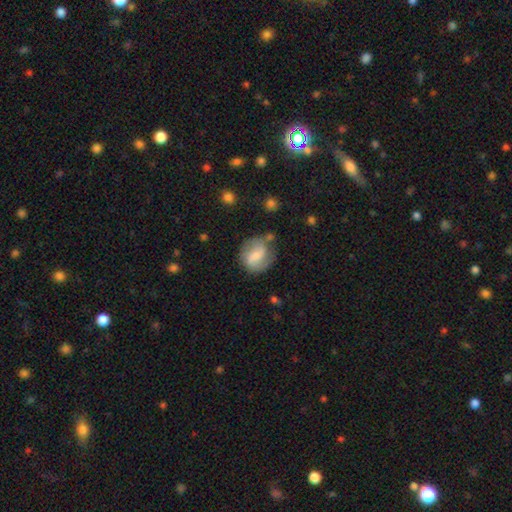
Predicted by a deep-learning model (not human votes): smooth_or_featured: featured or disk (p=0.63) [alt: smooth p=0.31]
disk_edge_on: no (p=0.97) [alt: yes p=0.03]
bar: weak (p=0.52) [alt: no p=0.24]
has_spiral_arms: yes (p=0.89) [alt: no p=0.11]
spiral_winding: medium (p=0.46) [alt: loose p=0.32]
spiral_arm_count: 2 (p=0.83) [alt: can't tell p=0.08]
bulge_size: small (p=0.48) [alt: moderate p=0.38]
merging: none (p=0.67) [alt: minor disturbance p=0.19]